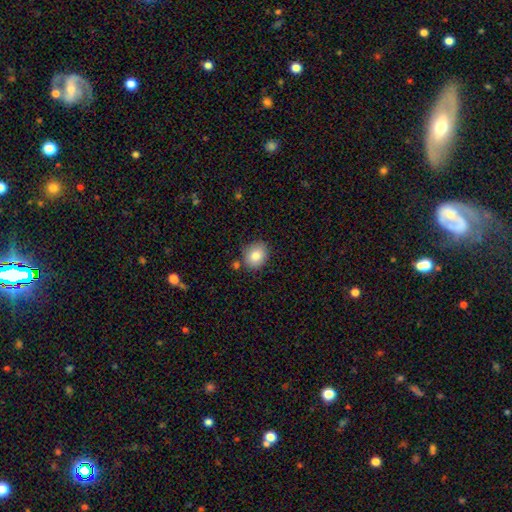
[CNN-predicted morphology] This appears to be a smooth galaxy with no disk features (83%) that is round (69%). Merging: none (78%).